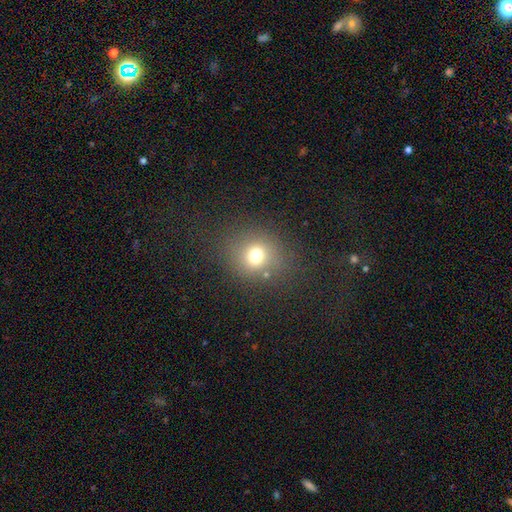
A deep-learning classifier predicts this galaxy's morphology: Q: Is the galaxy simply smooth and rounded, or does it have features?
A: smooth — 70%.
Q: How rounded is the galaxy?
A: round — 79%.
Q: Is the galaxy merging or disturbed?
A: none — 81%.